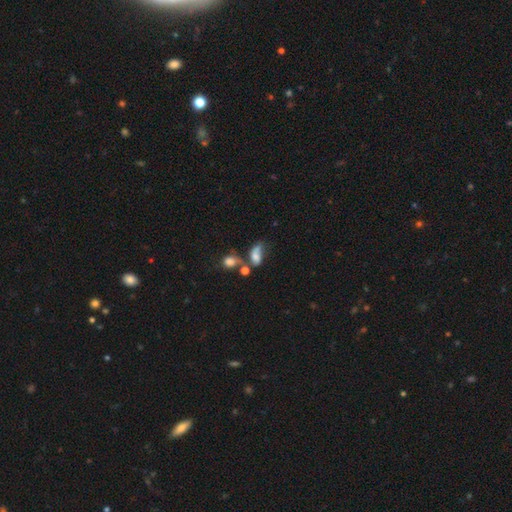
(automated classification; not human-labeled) Smooth or featured? Predicted: smooth (p=0.56). How rounded? Predicted: in between (p=0.82). Merging? Predicted: merger (p=0.41).